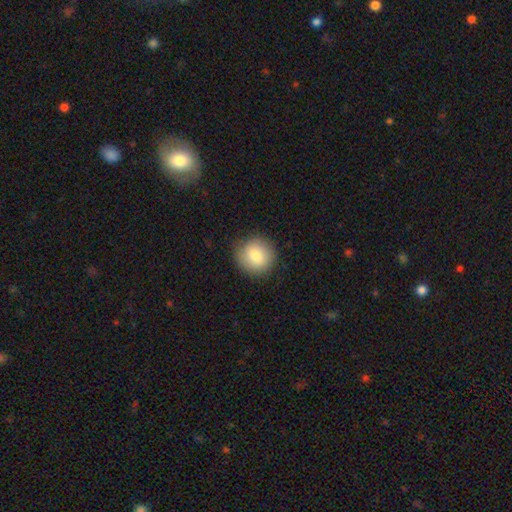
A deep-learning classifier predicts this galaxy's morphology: A smooth galaxy with no disk features (81%) that is round (90%).

Vote fractions:
- Smooth or featured? smooth: 81% / featured or disk: 11% / star or artifact: 7%
- How rounded? round: 90% / in between: 9% / cigar-shaped: 1%
- Merging? none: 86% / minor disturbance: 10% / major disturbance: 3% / merger: 1%